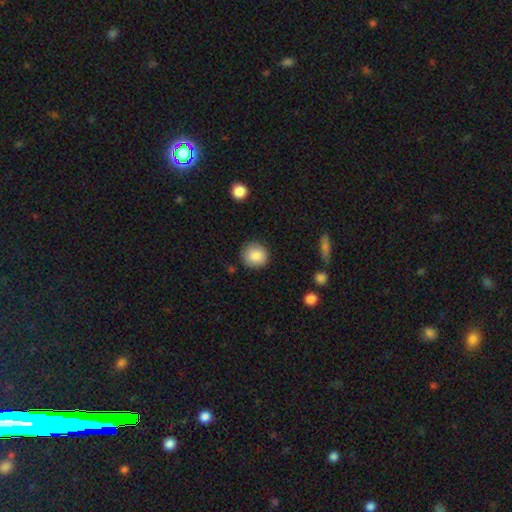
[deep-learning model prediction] This appears to be a smooth galaxy with no disk features (87%) that is round (92%). Merging: none (89%).